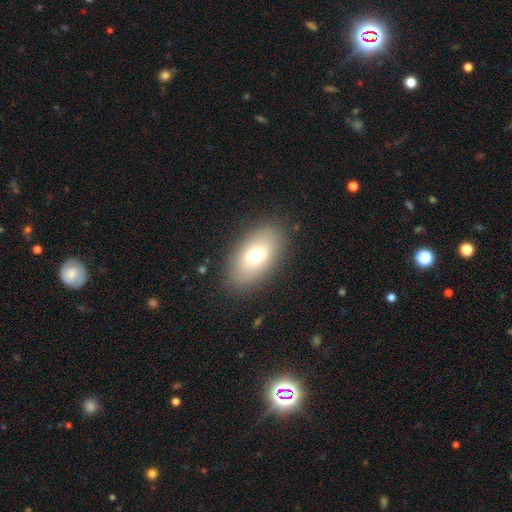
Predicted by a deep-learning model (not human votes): Smooth or featured? Predicted: smooth (p=0.71). How rounded? Predicted: in between (p=0.91). Merging? Predicted: none (p=0.85).